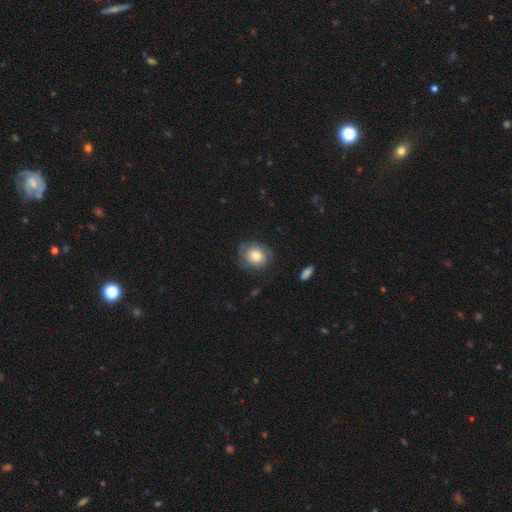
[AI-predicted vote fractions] Smooth or featured? Predicted: smooth (p=0.63). How rounded? Predicted: round (p=0.66). Merging? Predicted: none (p=0.72).